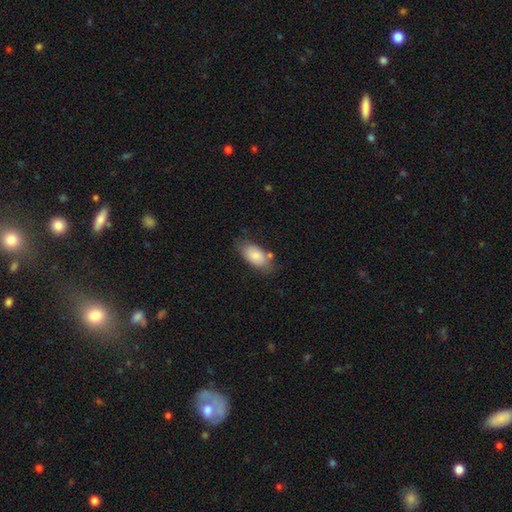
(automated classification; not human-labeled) Smooth or featured? Predicted: smooth (p=0.83). How rounded? Predicted: in between (p=0.93). Merging? Predicted: none (p=0.68).